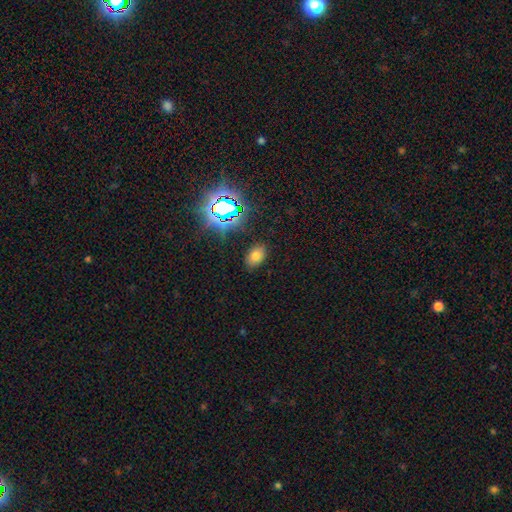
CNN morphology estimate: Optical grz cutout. It shows a smooth galaxy with no disk features (68%) that is in between round and cigar-shaped (86%). Merging: none (85%).